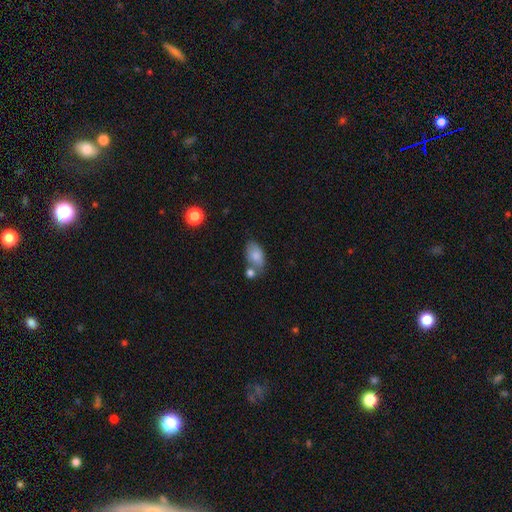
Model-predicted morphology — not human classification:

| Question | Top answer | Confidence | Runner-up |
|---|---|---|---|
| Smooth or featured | smooth | 80% | featured or disk (12%) |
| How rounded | in between | 91% | round (7%) |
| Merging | none | 52% | merger (23%) |